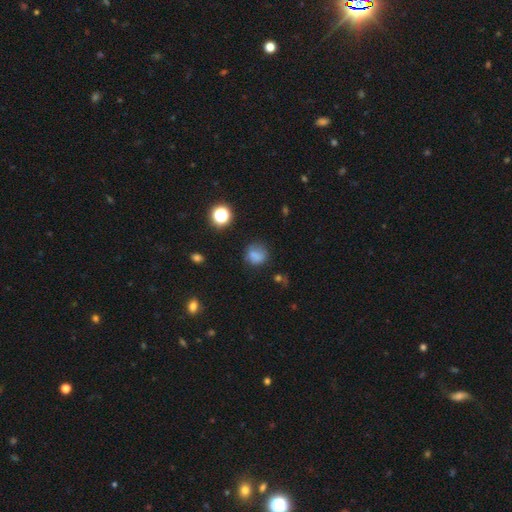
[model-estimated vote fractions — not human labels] This appears to be a smooth galaxy with no disk features (73%) that is round (77%). Merging: none (66%).